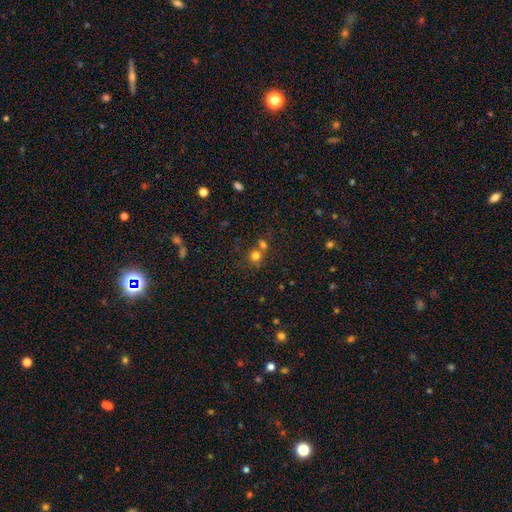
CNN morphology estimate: Q: Smooth or featured?
A: smooth (75%); runner-up: star or artifact (17%)
Q: How rounded?
A: round (88%); runner-up: in between (11%)
Q: Merging?
A: none (54%); runner-up: merger (36%)